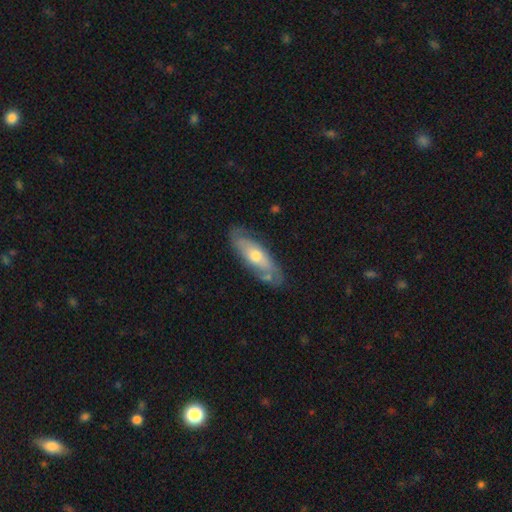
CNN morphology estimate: Smooth or featured? featured or disk (55%)
Edge-on disk? no (67%)
Merging? none (72%)